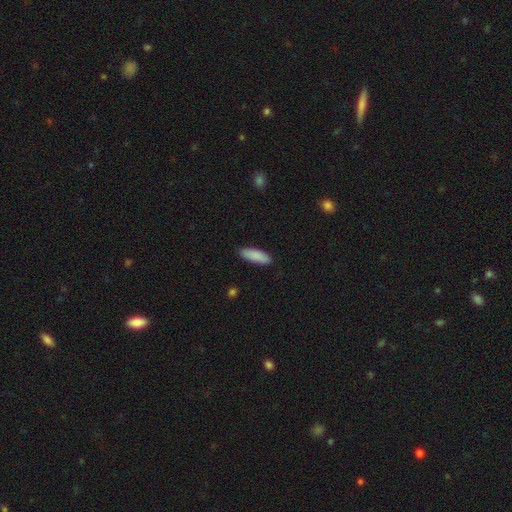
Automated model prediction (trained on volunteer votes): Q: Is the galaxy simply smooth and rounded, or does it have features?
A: smooth — 89%.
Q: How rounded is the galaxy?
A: in between — 60%.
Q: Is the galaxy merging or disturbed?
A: none — 88%.